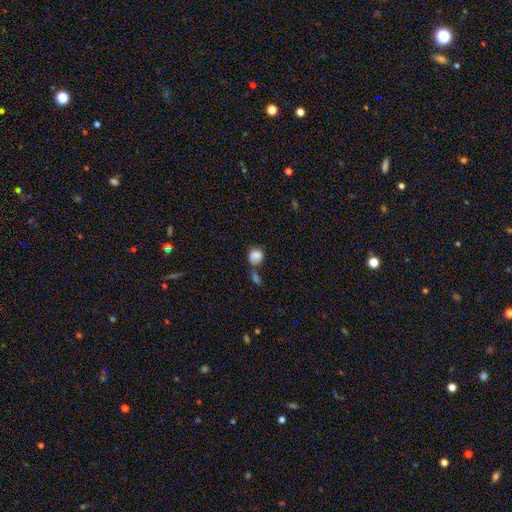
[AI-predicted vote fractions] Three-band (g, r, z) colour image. It shows a smooth galaxy with no disk features (83%) that is round (67%). Merging: none (44%).